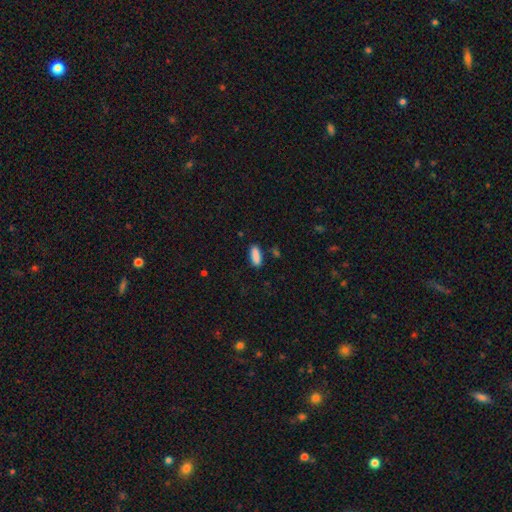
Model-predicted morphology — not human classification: A smooth galaxy with no disk features (89%) that is in between round and cigar-shaped (67%). Merging: none (85%).